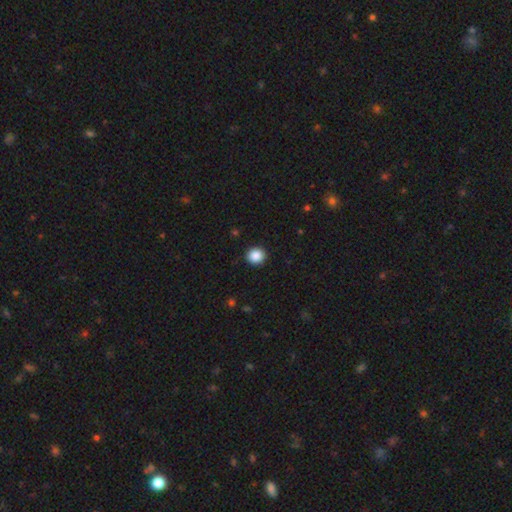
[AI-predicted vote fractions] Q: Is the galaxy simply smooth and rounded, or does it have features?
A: smooth — 88%.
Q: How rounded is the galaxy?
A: round — 91%.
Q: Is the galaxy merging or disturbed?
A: none — 92%.